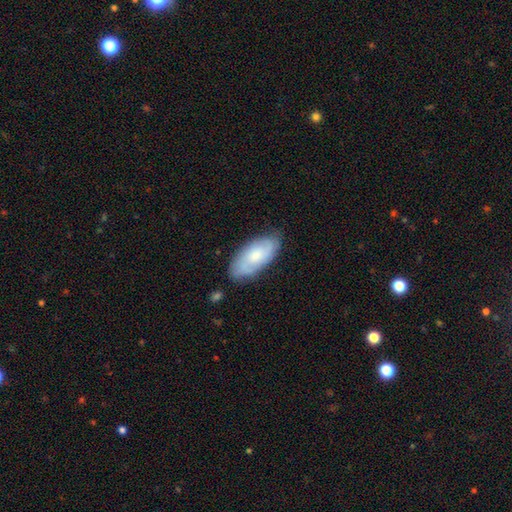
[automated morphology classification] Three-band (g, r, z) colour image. It shows a smooth galaxy with no disk features (52%) that is in between round and cigar-shaped (89%). Merging: none (75%).